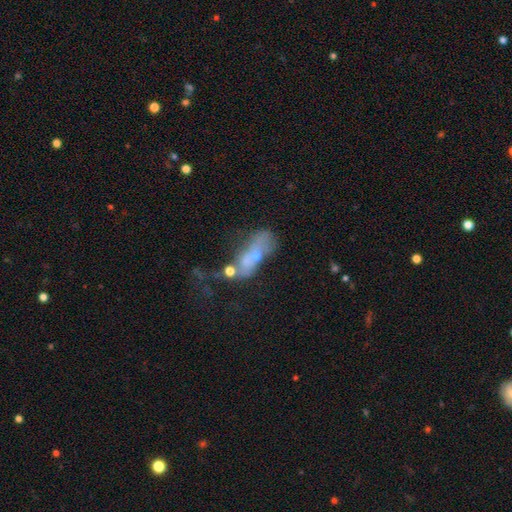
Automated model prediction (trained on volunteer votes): featured or disk 44%, smooth 41%, star or artifact 15%. Down the decision tree: merging — merger (44%).